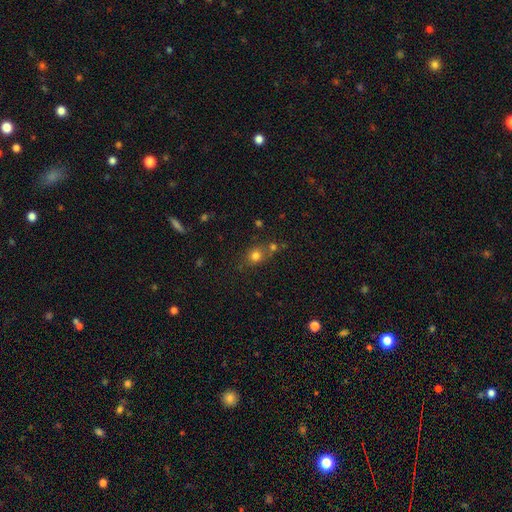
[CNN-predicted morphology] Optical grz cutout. It shows a smooth galaxy with no disk features (76%) that is round (69%). Merging: none (61%).